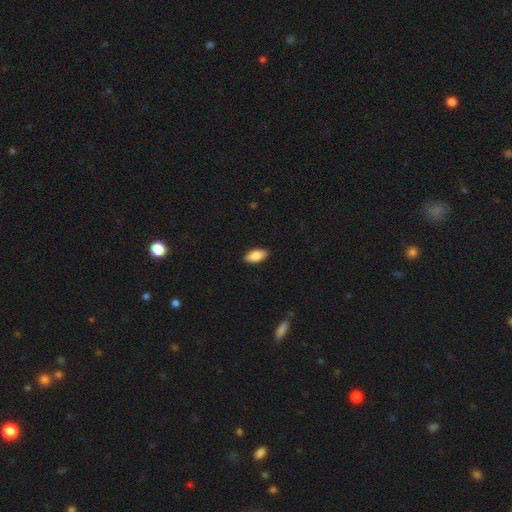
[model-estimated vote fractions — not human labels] smooth 85%, featured or disk 9%, star or artifact 6%. Down the decision tree: how rounded — in between (89%); merging — none (88%).